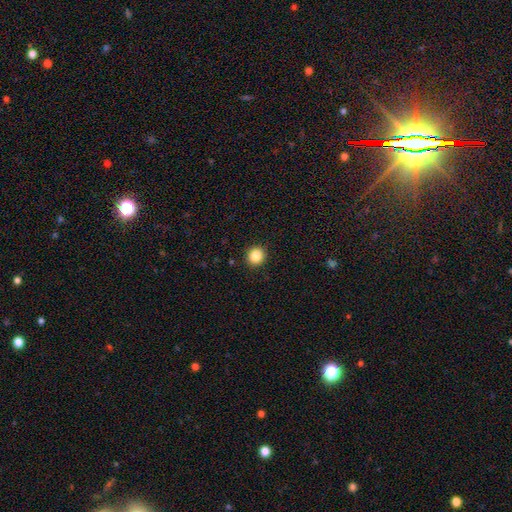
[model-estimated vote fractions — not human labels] This is clearly a smooth galaxy (85%). How rounded: clearly round (89%). Merging: clearly none (92%).